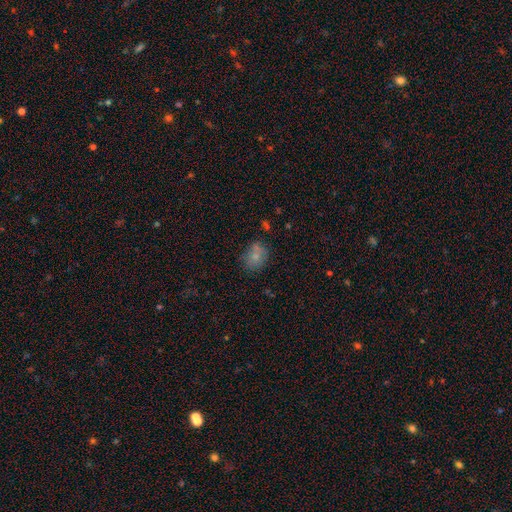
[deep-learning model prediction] Morphology: type=smooth (75%); roundness=in between (57%); merging=none (63%).